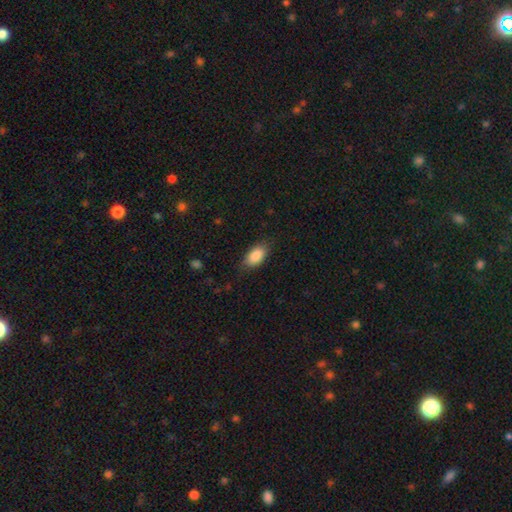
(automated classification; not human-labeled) This appears to be a smooth galaxy with no disk features (88%) that is in between round and cigar-shaped (92%). Merging: none (78%).